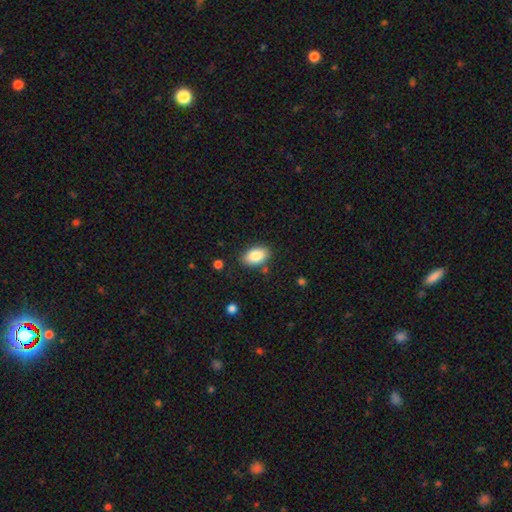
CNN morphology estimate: smooth 85%, star or artifact 7%, featured or disk 7%. Down the decision tree: how rounded — in between (91%); merging — none (84%).